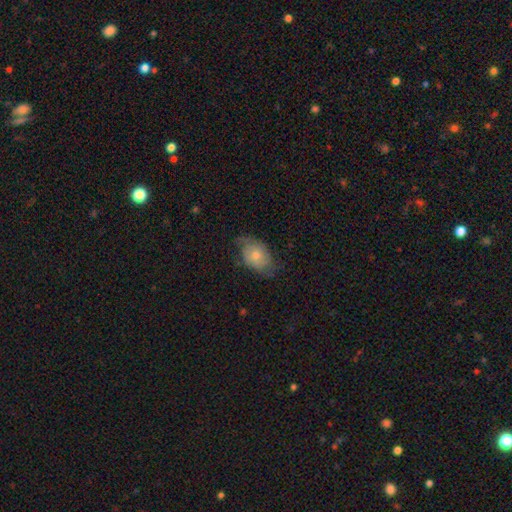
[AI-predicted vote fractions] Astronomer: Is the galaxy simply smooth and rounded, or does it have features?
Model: smooth — 47% (runner-up: featured or disk, 46%).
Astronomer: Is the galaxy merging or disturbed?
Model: none — 54% (runner-up: minor disturbance, 29%).